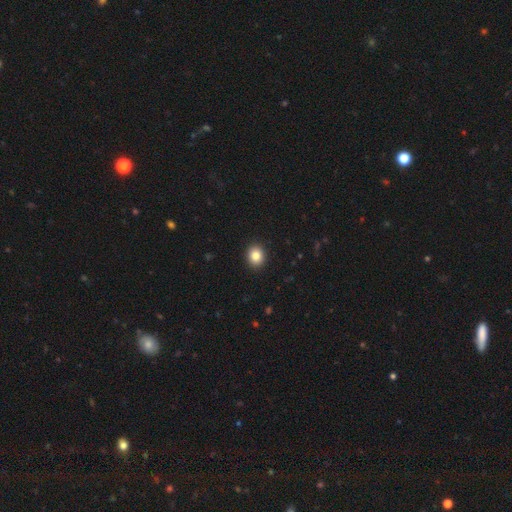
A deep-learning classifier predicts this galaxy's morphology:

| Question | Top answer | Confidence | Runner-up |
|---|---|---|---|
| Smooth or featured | smooth | 85% | star or artifact (9%) |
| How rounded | round | 65% | in between (34%) |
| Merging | none | 92% | minor disturbance (6%) |